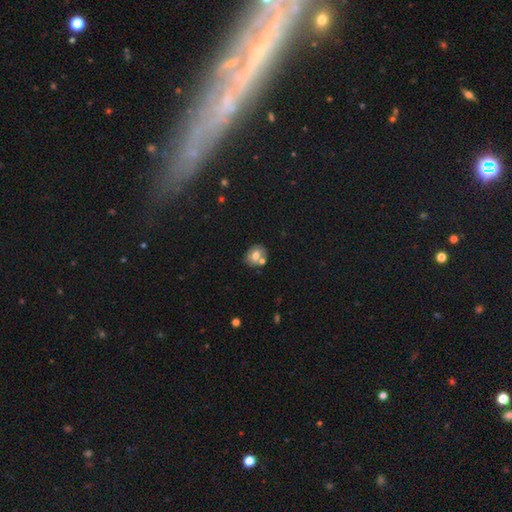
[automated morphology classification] Smooth or featured? Predicted: smooth (p=0.66). How rounded? Predicted: round (p=0.51). Merging? Predicted: none (p=0.57).